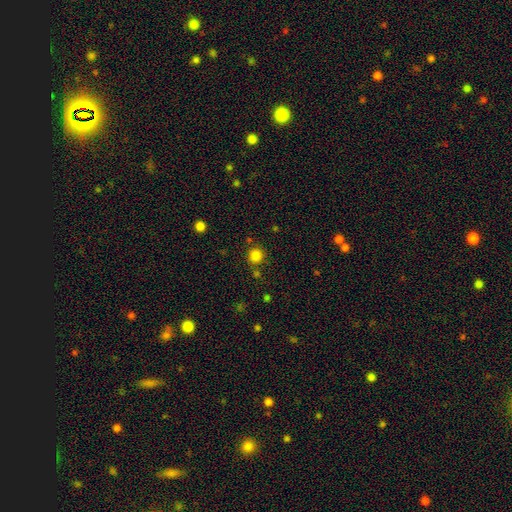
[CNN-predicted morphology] Smooth or featured: smooth — 83% (star or artifact — 13%)
How rounded: round — 93% (in between — 6%)
Merging: none — 80% (minor disturbance — 9%)